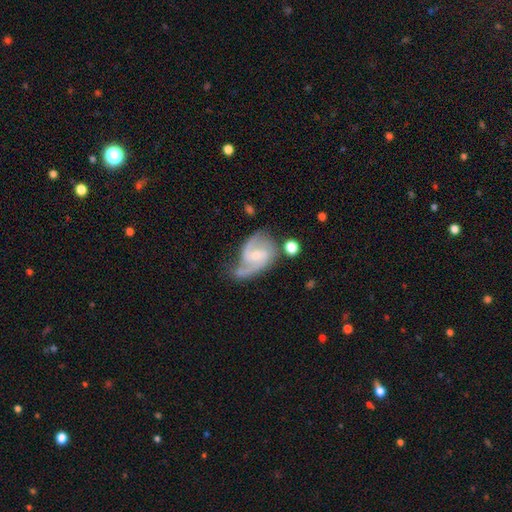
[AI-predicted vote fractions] Smooth or featured?
  - featured or disk: 86% *
  - smooth: 9%
  - star or artifact: 5%
Edge-on disk?
  - no: 97% *
  - yes: 3%
Bar?
  - weak: 48% *
  - no: 40%
  - strong: 12%
Spiral arms?
  - yes: 96% *
  - no: 4%
Spiral winding?
  - medium: 53% *
  - loose: 24%
  - tight: 23%
Spiral arm count?
  - 2: 79% *
  - 3: 8%
  - can't tell: 6%
  - 1: 4%
  - 4: 2%
  - more than 4: 1%
Bulge size?
  - small: 61% *
  - moderate: 32%
  - none: 4%
  - large: 1%
  - dominant: 1%
Merging?
  - none: 50% *
  - minor disturbance: 26%
  - major disturbance: 15%
  - merger: 9%